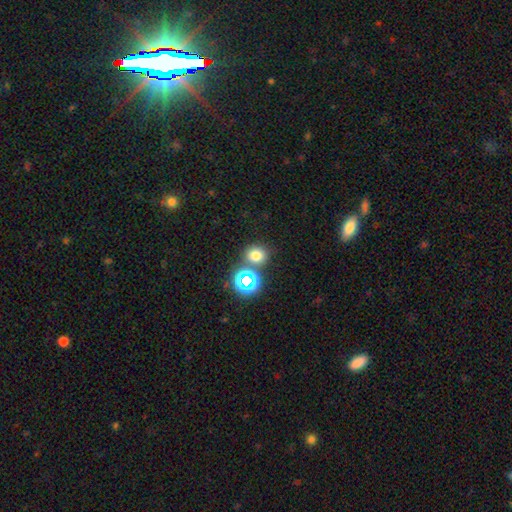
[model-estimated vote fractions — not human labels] Q: Smooth or featured?
A: smooth (69%); runner-up: star or artifact (24%)
Q: How rounded?
A: round (74%); runner-up: in between (25%)
Q: Merging?
A: none (72%); runner-up: merger (17%)